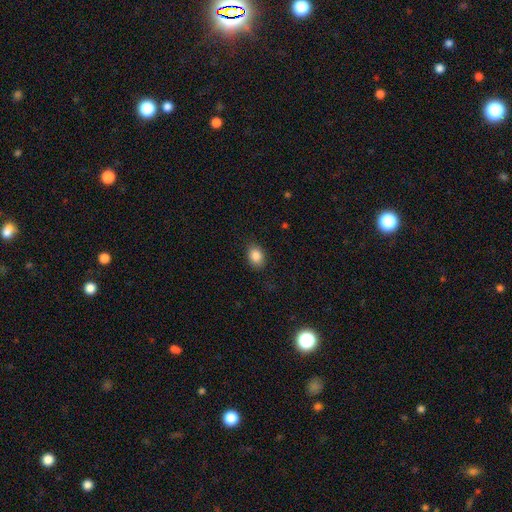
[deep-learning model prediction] Smooth or featured: smooth — 87% (star or artifact — 9%)
How rounded: in between — 70% (round — 29%)
Merging: none — 86% (minor disturbance — 11%)